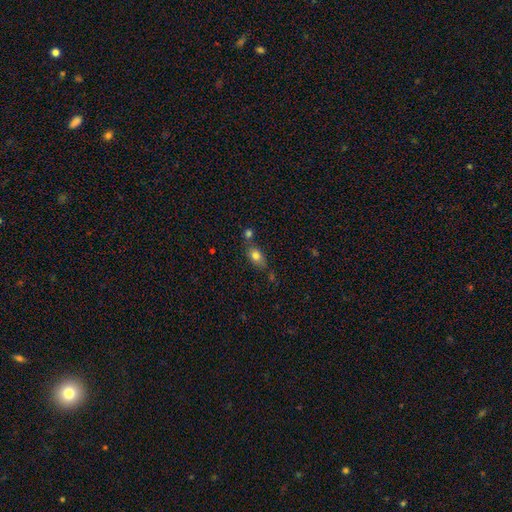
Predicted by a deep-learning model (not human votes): This is likely a smooth galaxy (78%). How rounded: likely in between (80%). Merging: possibly none (59%).